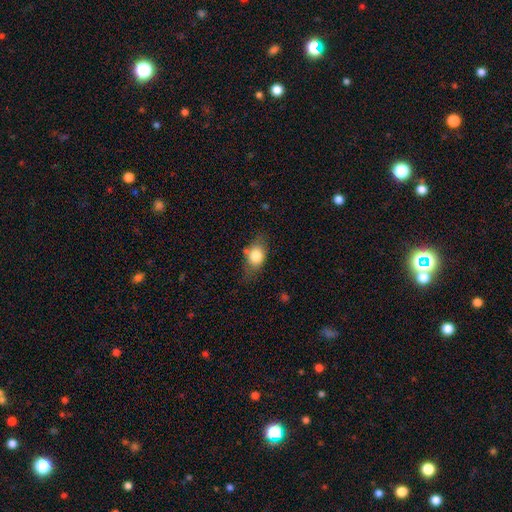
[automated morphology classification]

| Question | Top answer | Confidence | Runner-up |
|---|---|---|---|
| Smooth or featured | smooth | 77% | featured or disk (15%) |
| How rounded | in between | 72% | round (25%) |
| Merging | none | 61% | minor disturbance (27%) |